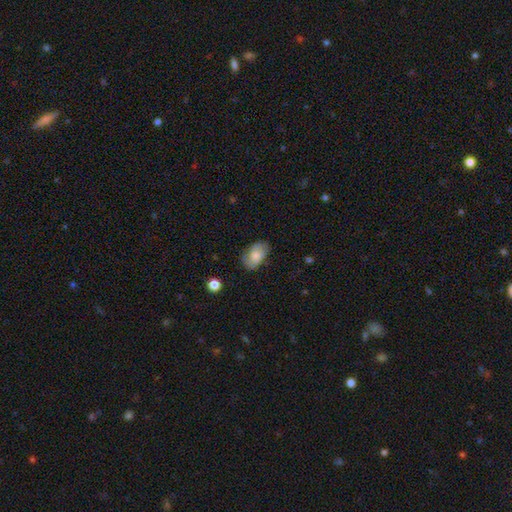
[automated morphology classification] This is likely a smooth galaxy (70%). How rounded: clearly in between (88%). Merging: likely none (71%).